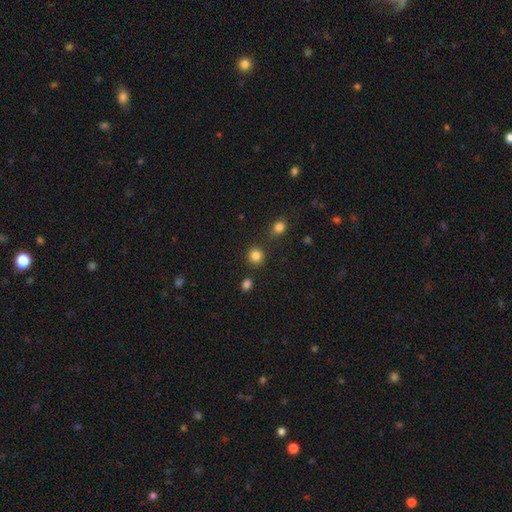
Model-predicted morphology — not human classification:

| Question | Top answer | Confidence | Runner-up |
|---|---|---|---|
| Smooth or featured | smooth | 84% | star or artifact (12%) |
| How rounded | round | 90% | in between (9%) |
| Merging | none | 83% | minor disturbance (8%) |